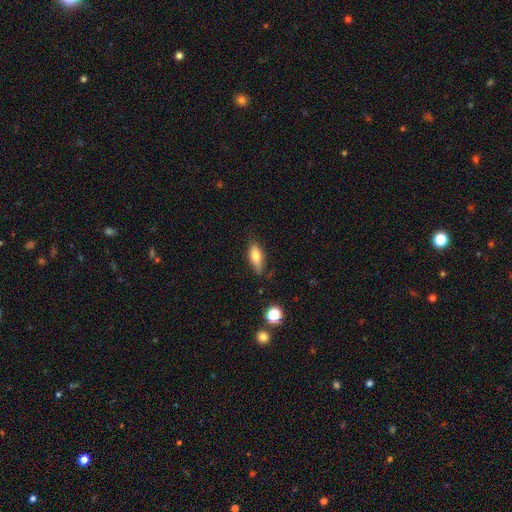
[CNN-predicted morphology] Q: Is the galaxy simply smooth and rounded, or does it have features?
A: smooth — 73%.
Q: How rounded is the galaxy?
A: in between — 67%.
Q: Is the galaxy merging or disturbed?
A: none — 74%.